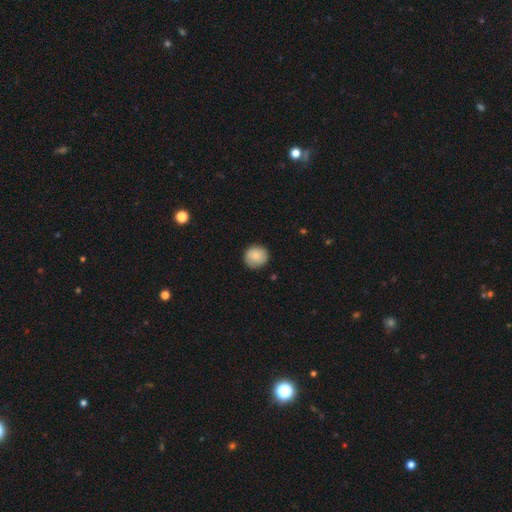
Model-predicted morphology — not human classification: smooth_or_featured: smooth (p=0.84) [alt: featured or disk p=0.09]
how_rounded: round (p=0.91) [alt: in between p=0.08]
merging: none (p=0.87) [alt: minor disturbance p=0.10]